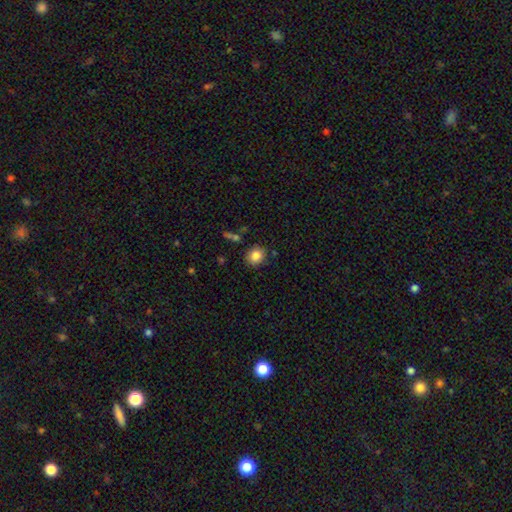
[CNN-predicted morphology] smooth-or-featured: smooth: 85% | star or artifact: 9% | featured or disk: 6%
  how-rounded: round: 75% | in between: 24% | cigar-shaped: 1%
  merging: none: 84% | minor disturbance: 10% | merger: 3% | major disturbance: 3%